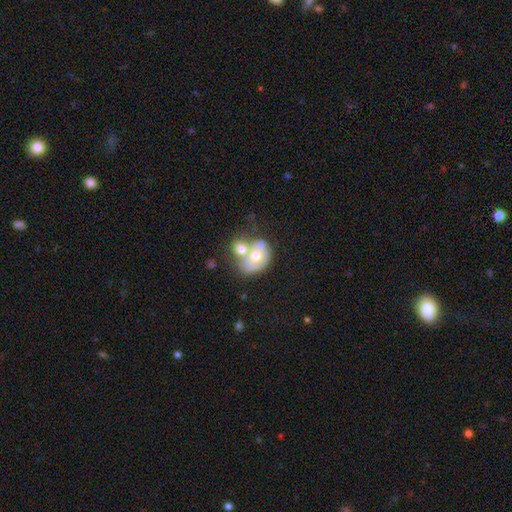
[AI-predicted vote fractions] Overall: smooth (53%; featured or disk 39%). How rounded: in between (54%; round 45%). Merging: merger (60%; none 22%).